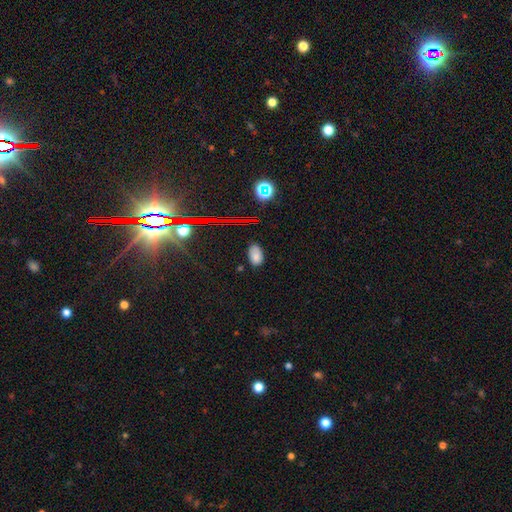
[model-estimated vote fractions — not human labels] Smooth or featured?
  - smooth: 76% *
  - star or artifact: 16%
  - featured or disk: 8%
How rounded?
  - in between: 92% *
  - round: 6%
  - cigar-shaped: 1%
Merging?
  - none: 76% *
  - minor disturbance: 18%
  - major disturbance: 4%
  - merger: 2%